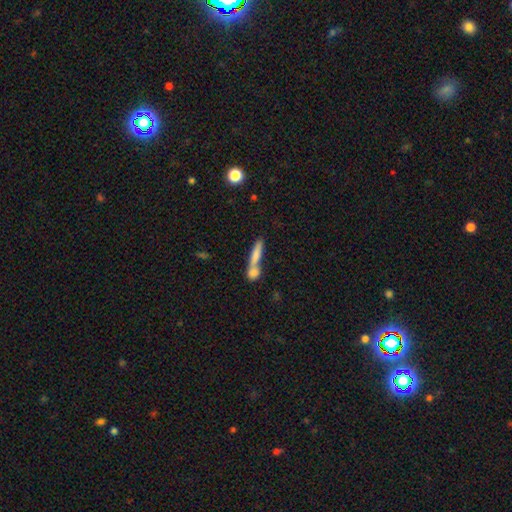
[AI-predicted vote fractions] smooth_or_featured: smooth (p=0.74) [alt: featured or disk p=0.18]
how_rounded: cigar-shaped (p=0.76) [alt: in between p=0.19]
merging: merger (p=0.52) [alt: none p=0.35]